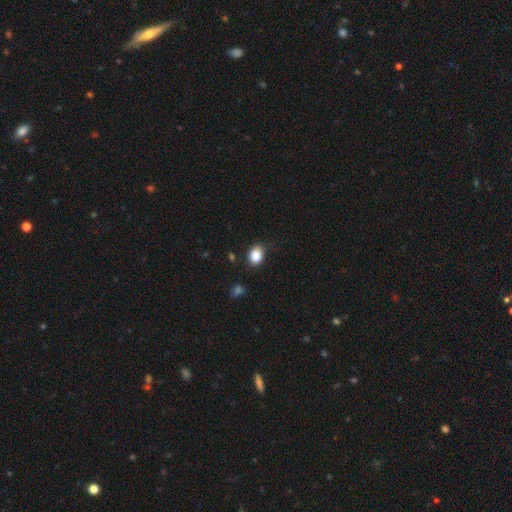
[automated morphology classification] A smooth galaxy with no disk features (86%) that is in between round and cigar-shaped (51%). Merging: none (78%).